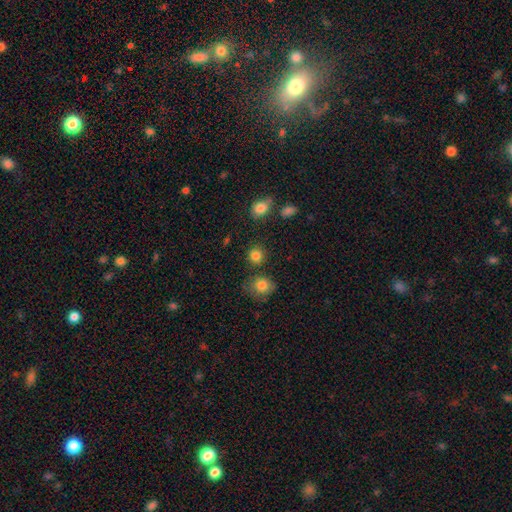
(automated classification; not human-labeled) The model was most divided on "smooth or featured": smooth: 83%, star or artifact: 12%, featured or disk: 5%. More confident: how rounded — round (88%); merging — none (83%).